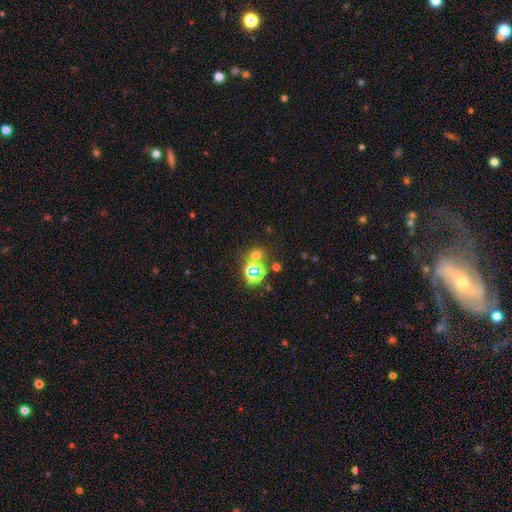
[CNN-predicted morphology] Smooth or featured?
  - smooth: 52% *
  - star or artifact: 39%
  - featured or disk: 8%
How rounded?
  - round: 80% *
  - in between: 19%
  - cigar-shaped: 1%
Merging?
  - none: 66% *
  - merger: 22%
  - minor disturbance: 8%
  - major disturbance: 4%